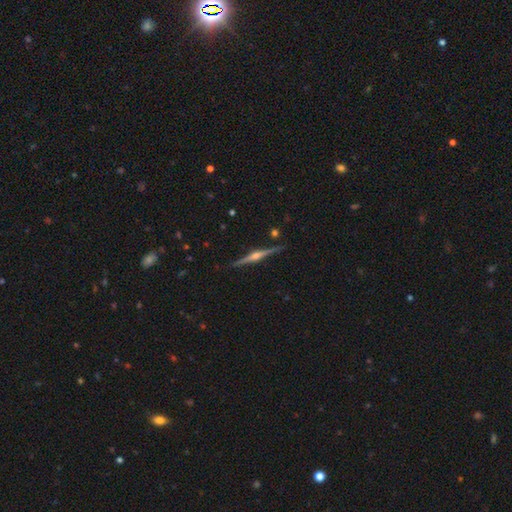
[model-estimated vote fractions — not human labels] This is clearly a featured or disk galaxy (87%). It is clearly viewed edge-on (99%). Edge-on bulge: clearly rounded (90%). Merging: clearly none (90%).